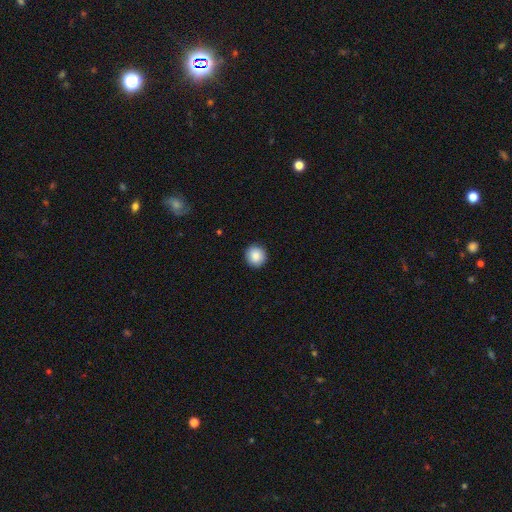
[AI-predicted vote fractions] This is clearly a smooth galaxy (88%). How rounded: clearly round (94%). Merging: clearly none (92%).